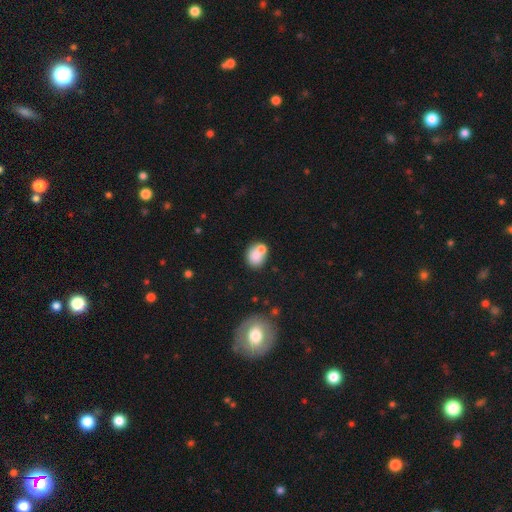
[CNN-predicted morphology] Smooth or featured?
  - smooth: 75% *
  - featured or disk: 16%
  - star or artifact: 9%
How rounded?
  - round: 61% *
  - in between: 38%
  - cigar-shaped: 1%
Merging?
  - merger: 44% *
  - none: 40%
  - minor disturbance: 12%
  - major disturbance: 4%